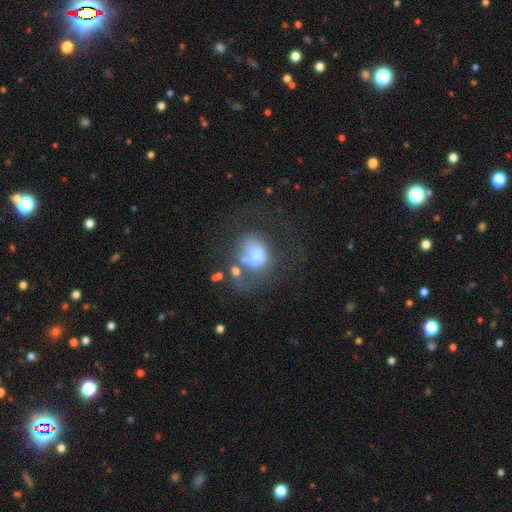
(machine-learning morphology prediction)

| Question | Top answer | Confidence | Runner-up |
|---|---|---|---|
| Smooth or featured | smooth | 55% | featured or disk (32%) |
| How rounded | round | 51% | in between (48%) |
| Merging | major disturbance | 37% | none (25%) |